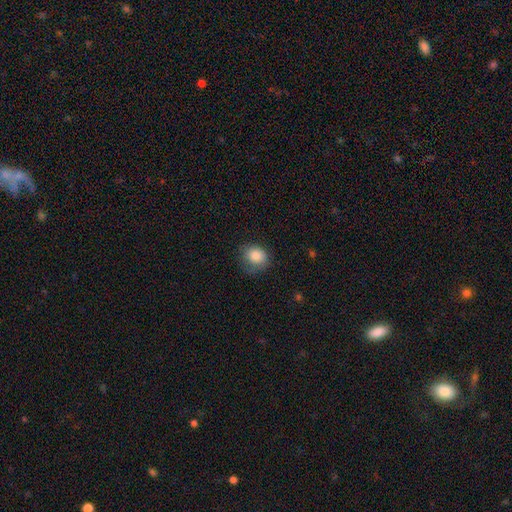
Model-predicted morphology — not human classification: Smooth or featured: smooth — 84% (star or artifact — 8%)
How rounded: round — 61% (in between — 38%)
Merging: none — 65% (minor disturbance — 25%)